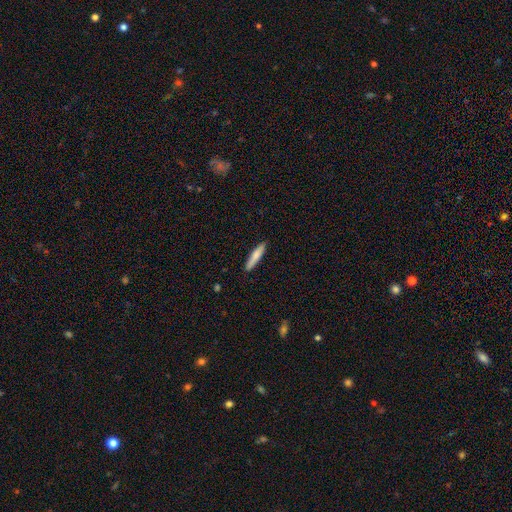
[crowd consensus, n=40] A smooth galaxy with no disk features (82%) that is cigar-shaped (97%).

Vote fractions:
- Smooth or featured? smooth: 82% / featured or disk: 12% / star or artifact: 5%
- How rounded? cigar-shaped: 97% / in between: 3% / round: 0%
- Merging? none: 92% / minor disturbance: 8% / major disturbance: 0% / merger: 0%